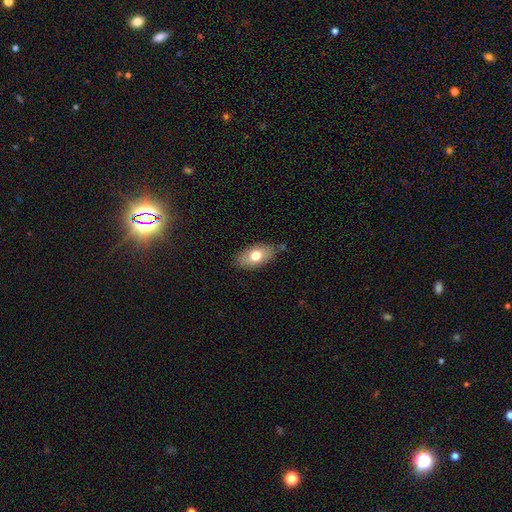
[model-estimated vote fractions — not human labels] This appears to be a smooth galaxy with no disk features (71%) that is in between round and cigar-shaped (89%). Merging: none (74%).